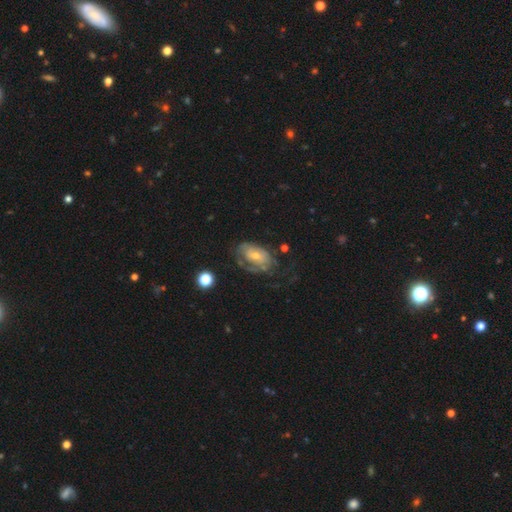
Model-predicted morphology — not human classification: Smooth or featured? Predicted: featured or disk (p=0.68). Edge-on disk? Predicted: no (p=0.95). Bar? Predicted: no (p=0.70). Spiral arms? Predicted: yes (p=0.72). Bulge size? Predicted: small (p=0.51). Merging? Predicted: none (p=0.42).